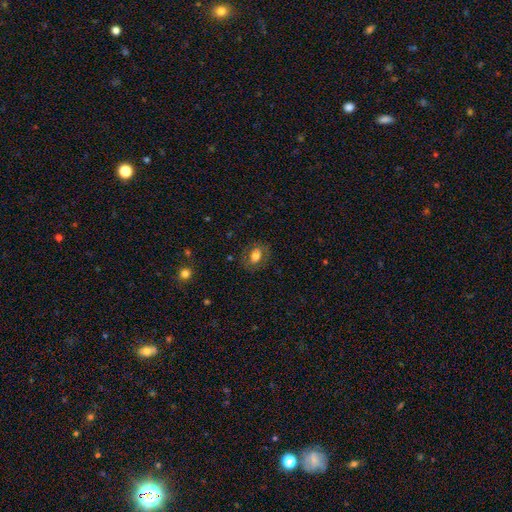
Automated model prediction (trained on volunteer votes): Smooth or featured: smooth — 63% (featured or disk — 28%)
How rounded: in between — 76% (round — 22%)
Merging: none — 76% (minor disturbance — 15%)